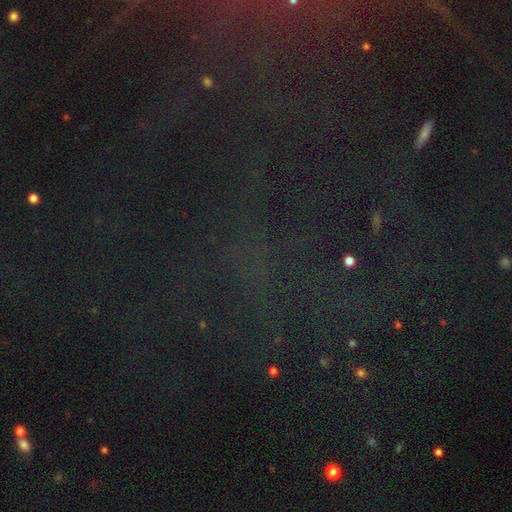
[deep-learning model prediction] The model was most divided on "smooth or featured": star or artifact: 81%, smooth: 11%, featured or disk: 8%.